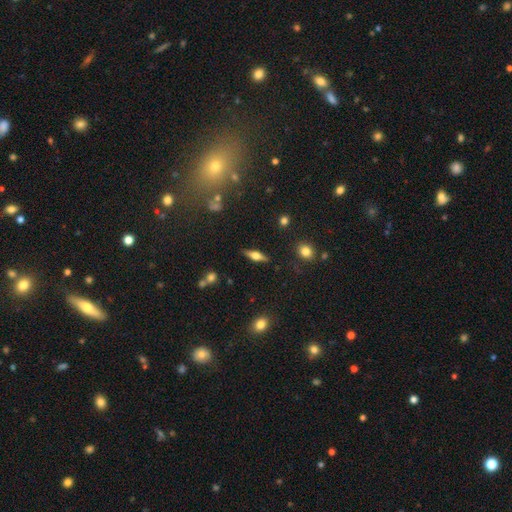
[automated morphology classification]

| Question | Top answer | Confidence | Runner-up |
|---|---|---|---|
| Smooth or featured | featured or disk | 53% | smooth (40%) |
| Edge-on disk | yes | 92% | no (8%) |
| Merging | none | 85% | minor disturbance (10%) |